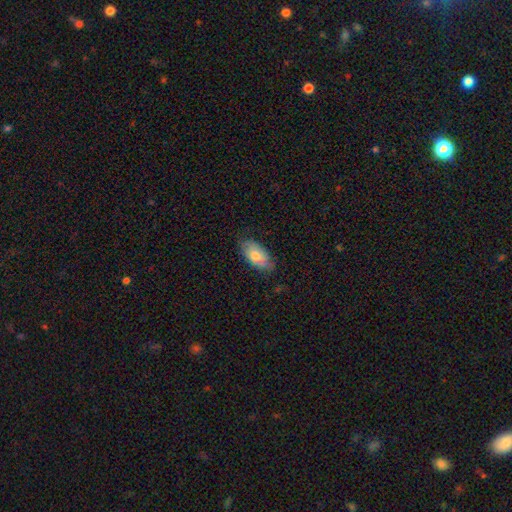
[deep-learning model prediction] Overall: smooth (69%). How rounded: in between (93%). Merging: none (71%).